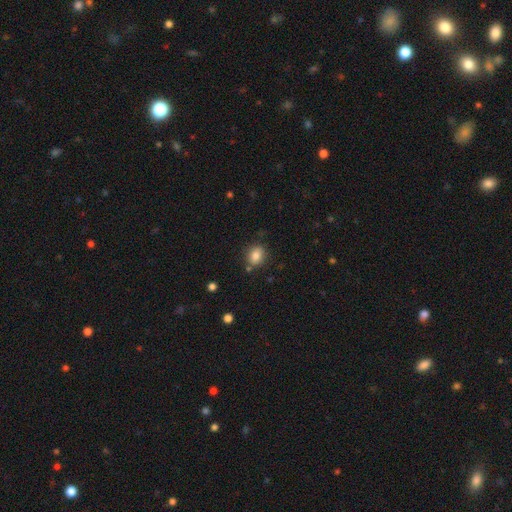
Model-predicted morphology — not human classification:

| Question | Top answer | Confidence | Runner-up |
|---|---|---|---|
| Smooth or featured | smooth | 83% | star or artifact (10%) |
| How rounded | round | 57% | in between (41%) |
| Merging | none | 80% | minor disturbance (12%) |